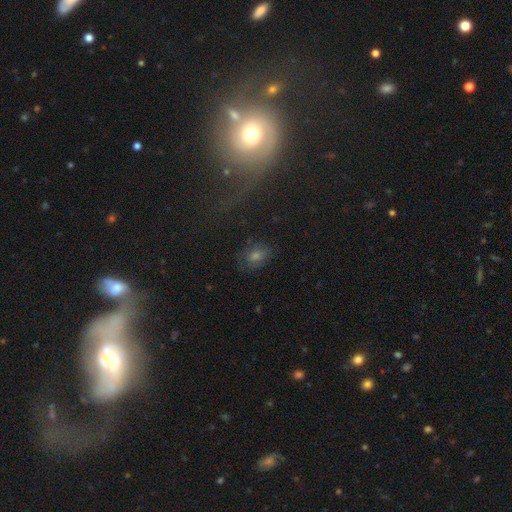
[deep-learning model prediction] This appears to be a smooth galaxy with no disk features (48%). Merging: none (73%).